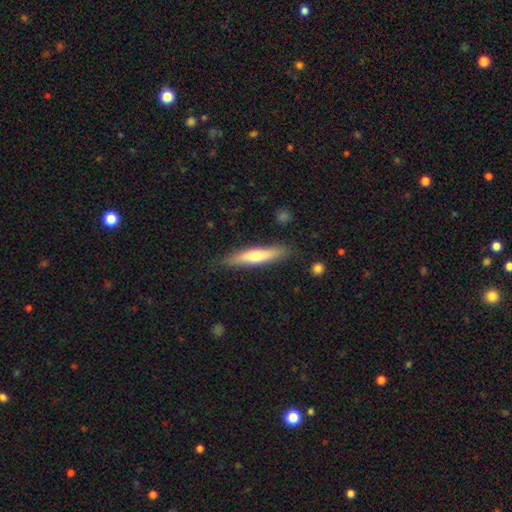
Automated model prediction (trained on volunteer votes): The model was most divided on "smooth or featured": smooth: 59%, featured or disk: 36%, star or artifact: 6%. More confident: how rounded — cigar-shaped (85%); merging — none (83%).